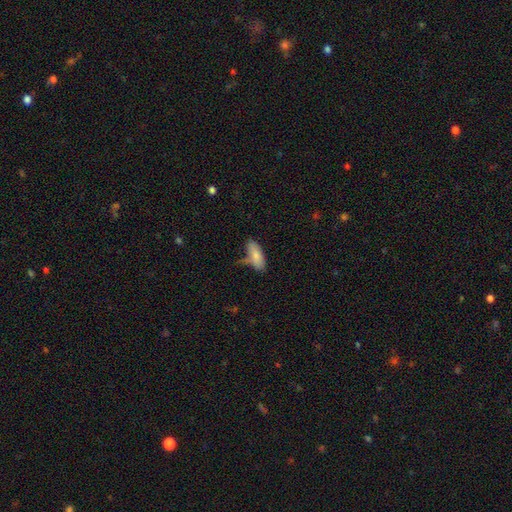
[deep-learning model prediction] Smooth or featured: smooth — 78% (featured or disk — 15%)
How rounded: in between — 76% (cigar-shaped — 21%)
Merging: none — 52% (minor disturbance — 27%)